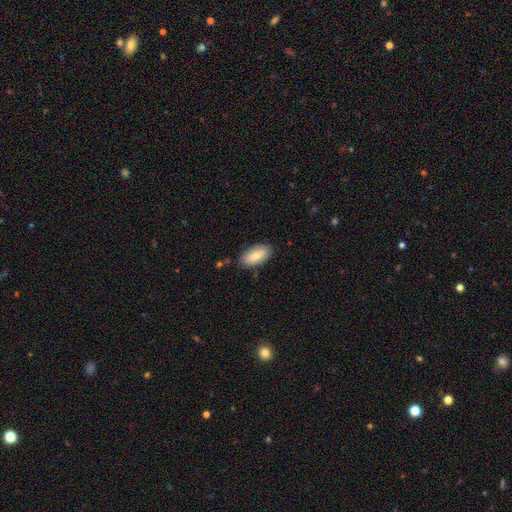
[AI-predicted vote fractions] Q: Smooth or featured?
A: smooth (76%); runner-up: featured or disk (18%)
Q: How rounded?
A: in between (93%); runner-up: cigar-shaped (5%)
Q: Merging?
A: none (83%); runner-up: minor disturbance (13%)